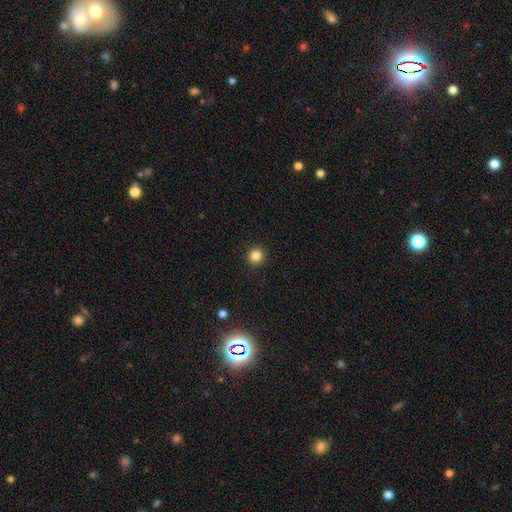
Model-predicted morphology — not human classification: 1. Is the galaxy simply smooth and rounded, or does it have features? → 84% smooth, 12% star or artifact, 4% featured or disk.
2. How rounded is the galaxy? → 93% round, 6% in between, 1% cigar-shaped.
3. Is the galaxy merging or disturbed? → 93% none, 5% minor disturbance, 2% major disturbance, 1% merger.